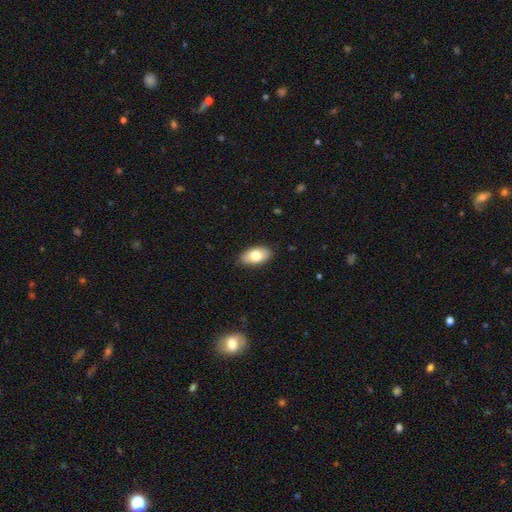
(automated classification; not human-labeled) Smooth or featured: smooth — 78% (featured or disk — 15%)
How rounded: in between — 94% (round — 4%)
Merging: none — 86% (minor disturbance — 11%)